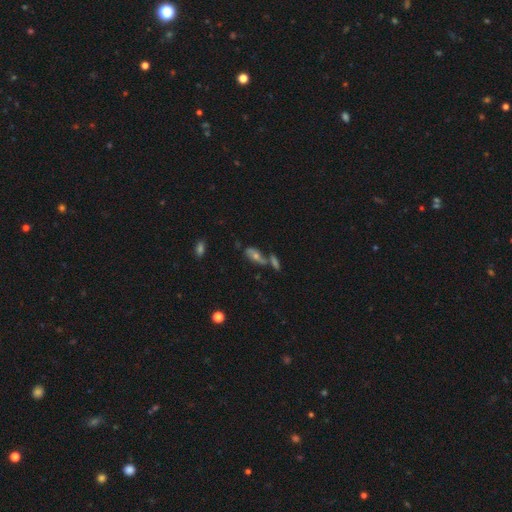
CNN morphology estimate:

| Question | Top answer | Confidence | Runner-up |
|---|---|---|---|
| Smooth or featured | featured or disk | 45% | smooth (38%) |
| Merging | none | 45% | merger (34%) |